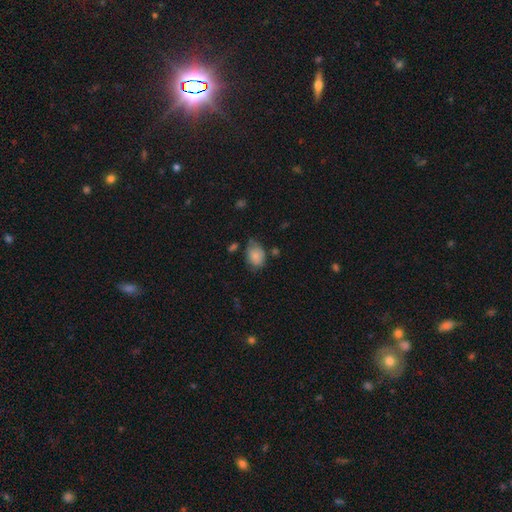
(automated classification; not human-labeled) Overall: smooth (79%). How rounded: in between (75%). Merging: none (52%; minor disturbance 33%).